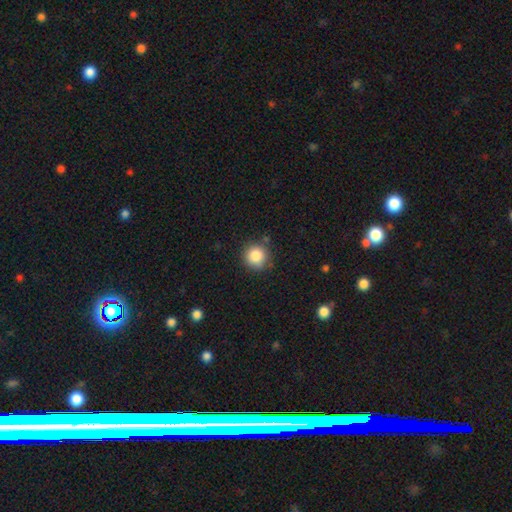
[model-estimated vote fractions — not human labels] Overall: smooth (85%). How rounded: round (93%). Merging: none (83%).